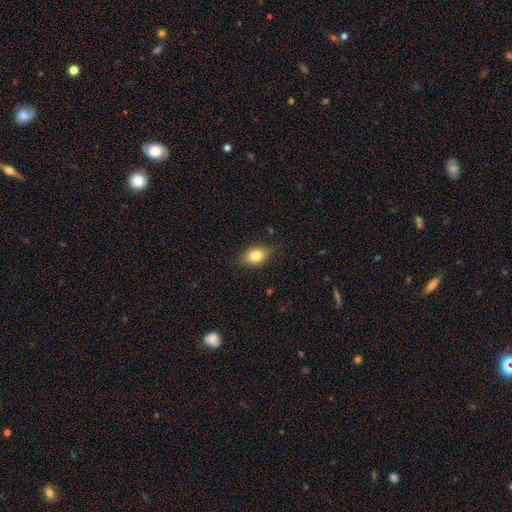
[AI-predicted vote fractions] Smooth or featured: smooth — 79% (featured or disk — 12%)
How rounded: in between — 75% (round — 23%)
Merging: none — 78% (minor disturbance — 18%)